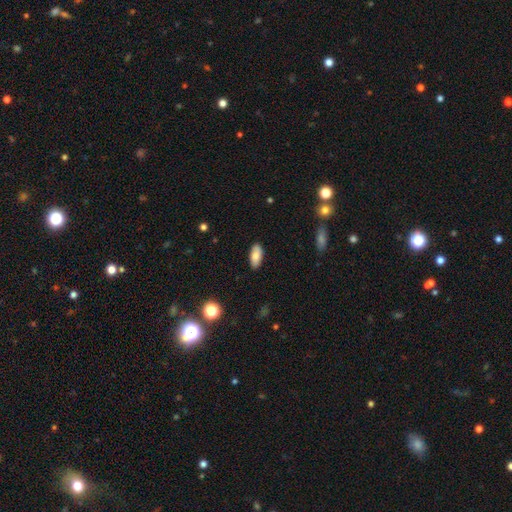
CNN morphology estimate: Overall: smooth (81%). How rounded: in between (89%). Merging: none (87%).